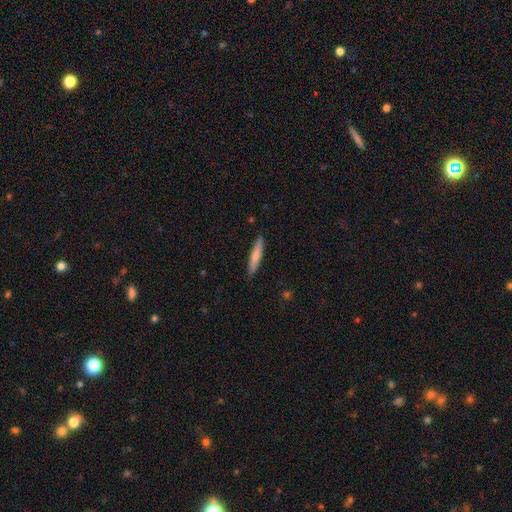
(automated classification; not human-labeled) Q: Smooth or featured?
A: smooth (71%); runner-up: featured or disk (23%)
Q: How rounded?
A: cigar-shaped (92%); runner-up: in between (7%)
Q: Merging?
A: none (90%); runner-up: minor disturbance (8%)